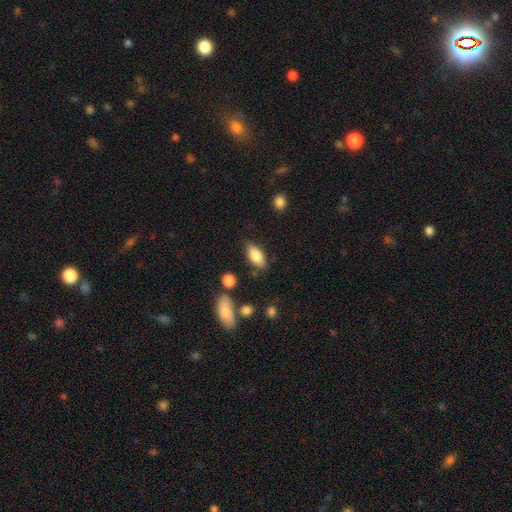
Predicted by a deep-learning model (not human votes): A smooth galaxy with no disk features (82%) that is in between round and cigar-shaped (86%).

Vote fractions:
- Smooth or featured? smooth: 82% / featured or disk: 11% / star or artifact: 7%
- How rounded? in between: 86% / cigar-shaped: 11% / round: 3%
- Merging? none: 80% / minor disturbance: 13% / major disturbance: 3% / merger: 3%